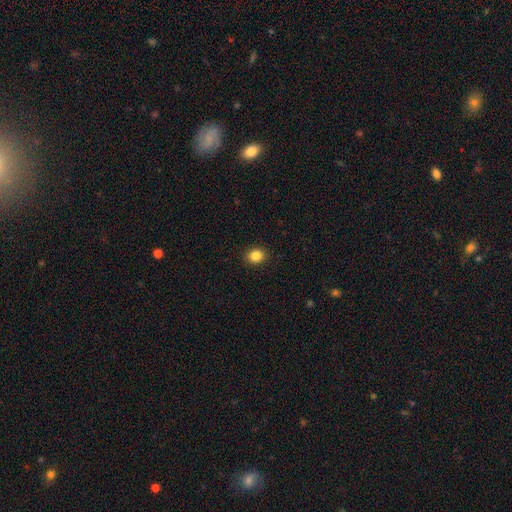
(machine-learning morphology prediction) A smooth galaxy with no disk features (85%) that is round (65%). Merging: none (91%).